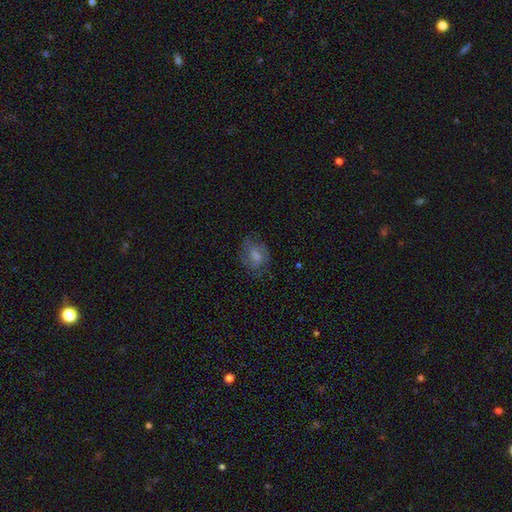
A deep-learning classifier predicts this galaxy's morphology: This is possibly a featured or disk galaxy (58%). It is clearly not viewed edge-on (96%). Bar: possibly weak (49%). Spiral arm pattern: clearly yes (89%). Central bulge: marginally moderate (41%). Merging: likely none (76%).